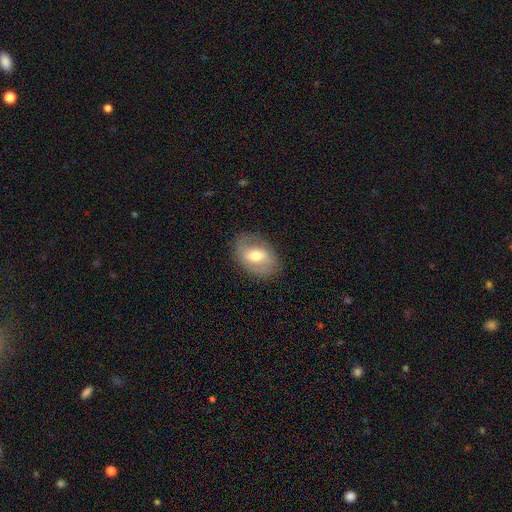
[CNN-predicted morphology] smooth-or-featured: featured or disk: 49% | smooth: 44% | star or artifact: 7%
  merging: none: 80% | minor disturbance: 14% | major disturbance: 5% | merger: 1%